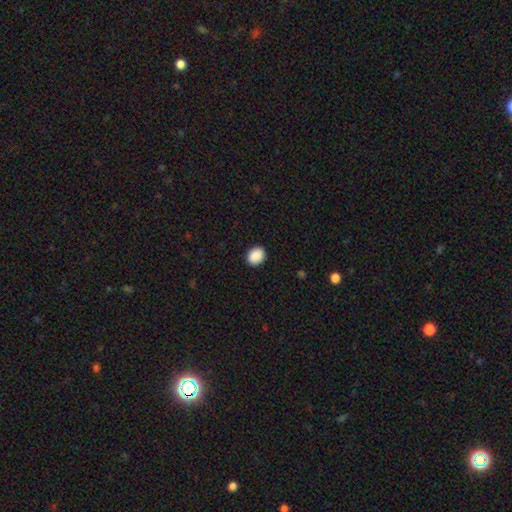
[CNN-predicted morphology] A smooth galaxy with no disk features (90%) that is in between round and cigar-shaped (50%).

Vote fractions:
- Smooth or featured? smooth: 90% / star or artifact: 7% / featured or disk: 2%
- How rounded? in between: 50% / round: 49% / cigar-shaped: 1%
- Merging? none: 90% / minor disturbance: 7% / major disturbance: 2% / merger: 1%